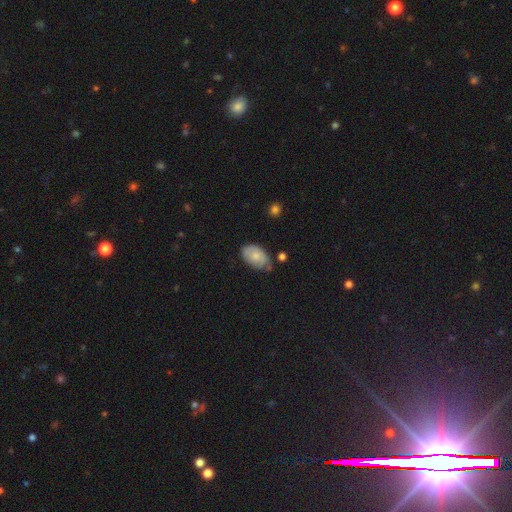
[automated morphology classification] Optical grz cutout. It shows a smooth galaxy with no disk features (69%) that is in between round and cigar-shaped (92%). Merging: none (57%).